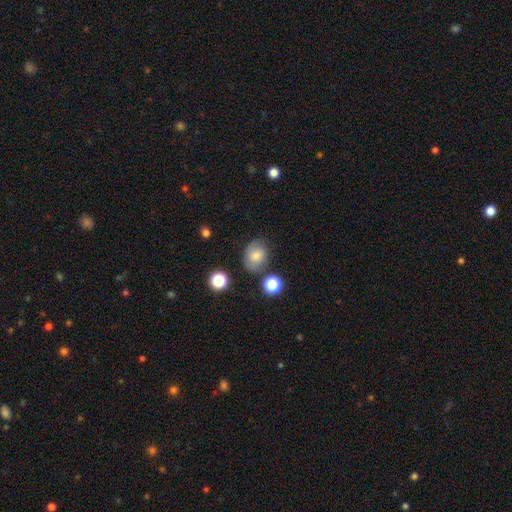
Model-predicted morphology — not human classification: A smooth galaxy with no disk features (73%) that is in between round and cigar-shaped (53%). Merging: none (73%).